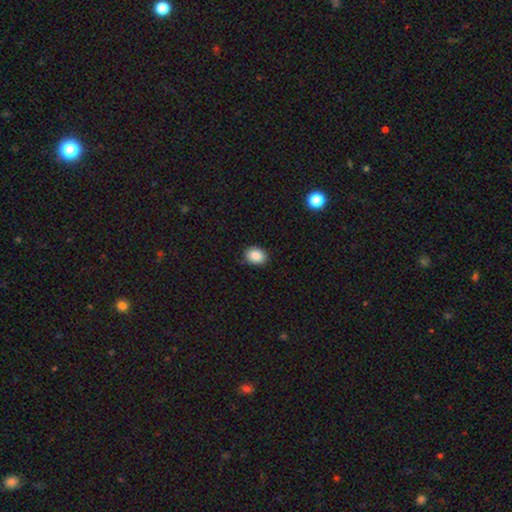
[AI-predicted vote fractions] smooth 87%, star or artifact 9%, featured or disk 4%. Down the decision tree: how rounded — in between (65%); merging — none (85%).